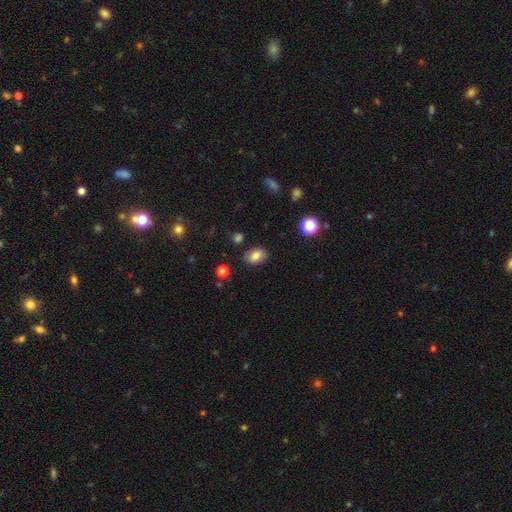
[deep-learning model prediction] Q: Smooth or featured?
A: smooth (81%); runner-up: star or artifact (10%)
Q: How rounded?
A: in between (82%); runner-up: round (17%)
Q: Merging?
A: none (84%); runner-up: minor disturbance (11%)